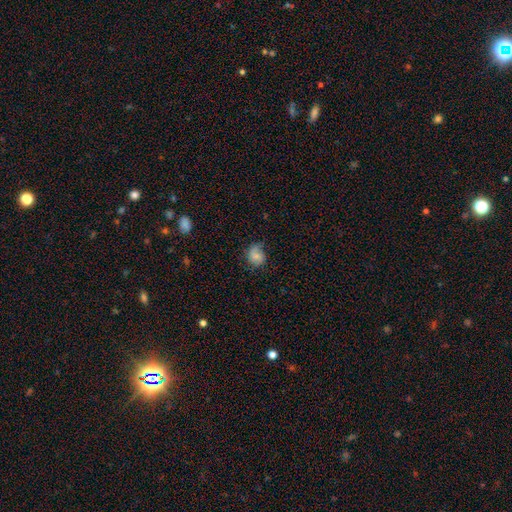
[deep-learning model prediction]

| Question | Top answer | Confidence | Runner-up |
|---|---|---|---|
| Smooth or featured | smooth | 60% | featured or disk (31%) |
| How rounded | round | 62% | in between (37%) |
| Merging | none | 59% | minor disturbance (29%) |